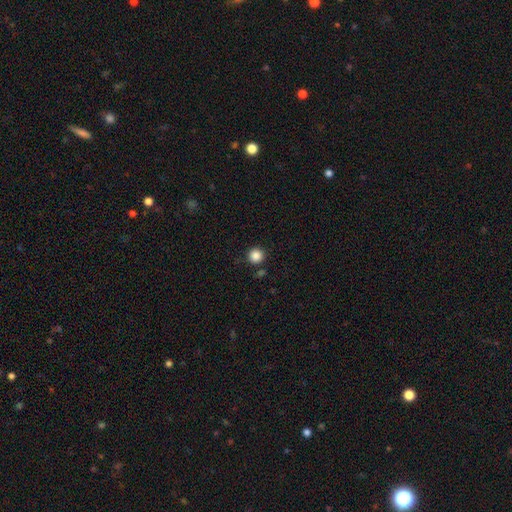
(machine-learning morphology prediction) Smooth or featured: smooth — 86% (star or artifact — 10%)
How rounded: round — 95% (in between — 4%)
Merging: none — 88% (minor disturbance — 6%)